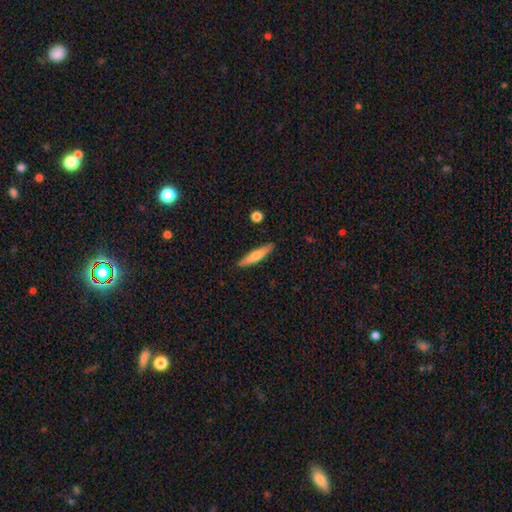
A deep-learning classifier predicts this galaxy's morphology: smooth 63%, featured or disk 31%, star or artifact 6%. Down the decision tree: how rounded — cigar-shaped (89%); merging — none (88%).